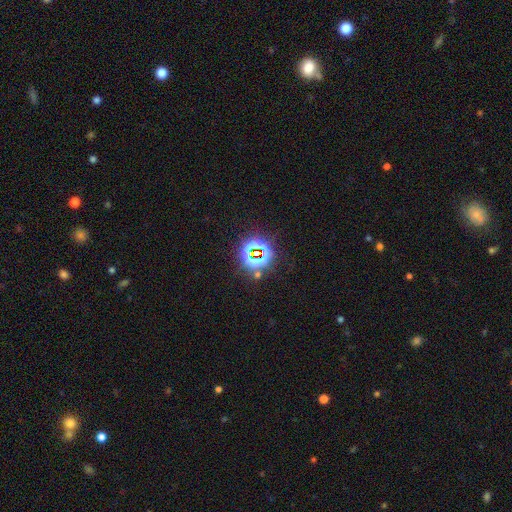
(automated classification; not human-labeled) smooth-or-featured: star or artifact: 76% | smooth: 15% | featured or disk: 9%